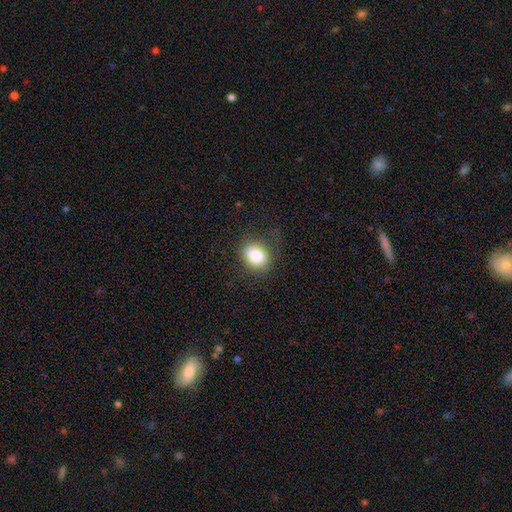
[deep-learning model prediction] This is clearly a smooth galaxy (85%). How rounded: possibly in between (52%). Merging: likely none (76%).